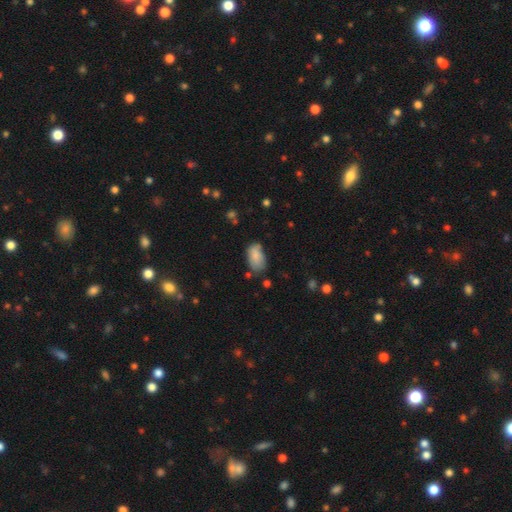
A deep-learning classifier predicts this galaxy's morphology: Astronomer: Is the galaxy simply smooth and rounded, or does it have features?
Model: smooth — 84%.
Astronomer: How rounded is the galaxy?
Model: in between — 93%.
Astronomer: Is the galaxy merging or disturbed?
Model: none — 60%.